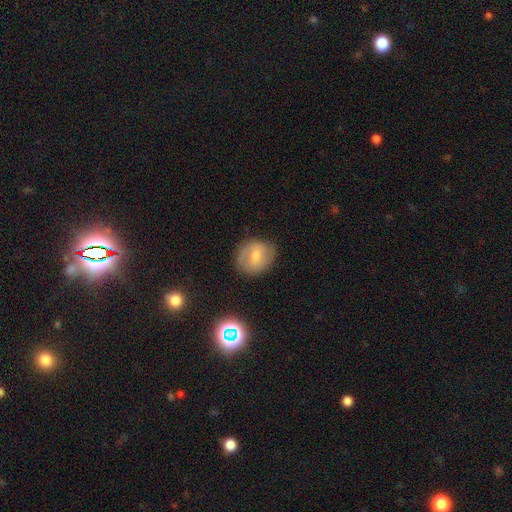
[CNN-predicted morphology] Smooth or featured? smooth (52%)
How rounded? round (69%)
Merging? none (78%)